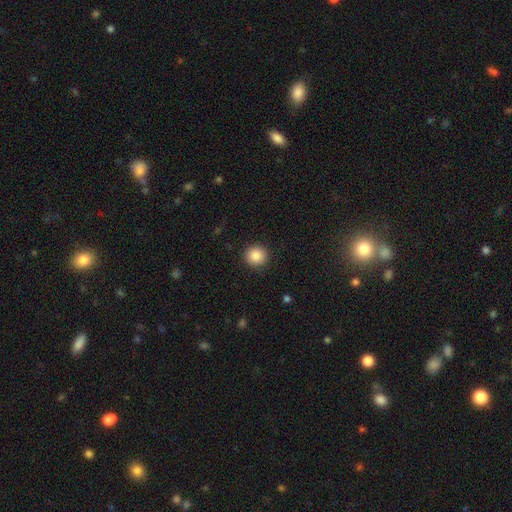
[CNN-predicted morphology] type=smooth (88%); roundness=round (93%); merging=none (91%).